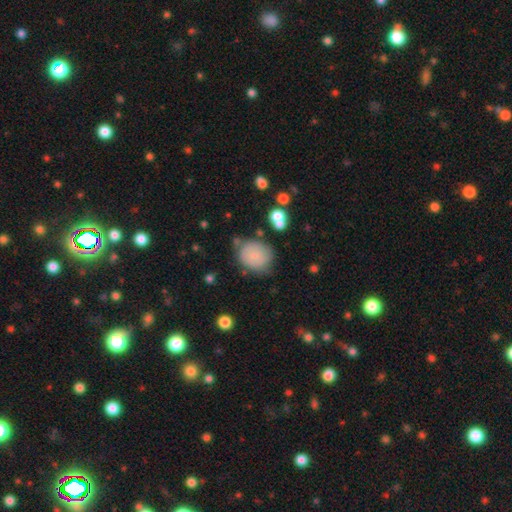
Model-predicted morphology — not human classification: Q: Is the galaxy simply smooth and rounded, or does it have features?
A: smooth — 73%.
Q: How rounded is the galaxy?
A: round — 68%.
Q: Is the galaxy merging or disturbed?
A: none — 65%.